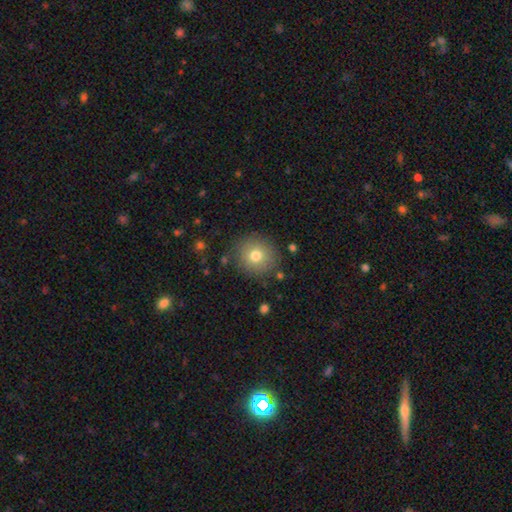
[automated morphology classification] Smooth or featured: smooth — 77% (featured or disk — 12%)
How rounded: round — 92% (in between — 7%)
Merging: none — 85% (minor disturbance — 9%)